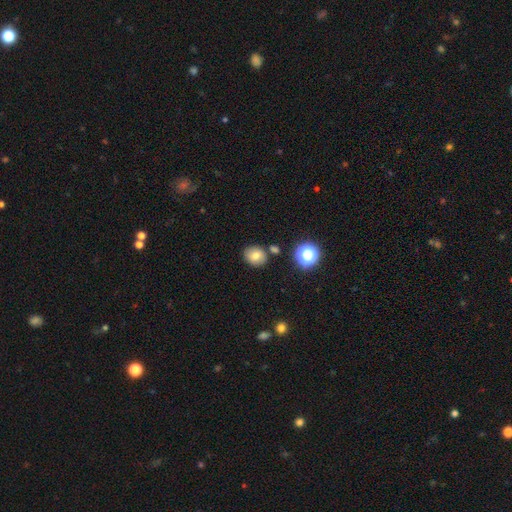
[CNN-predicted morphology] Smooth or featured?
  - smooth: 77% *
  - star or artifact: 13%
  - featured or disk: 10%
How rounded?
  - round: 59% *
  - in between: 40%
  - cigar-shaped: 1%
Merging?
  - none: 78% *
  - minor disturbance: 11%
  - merger: 8%
  - major disturbance: 3%